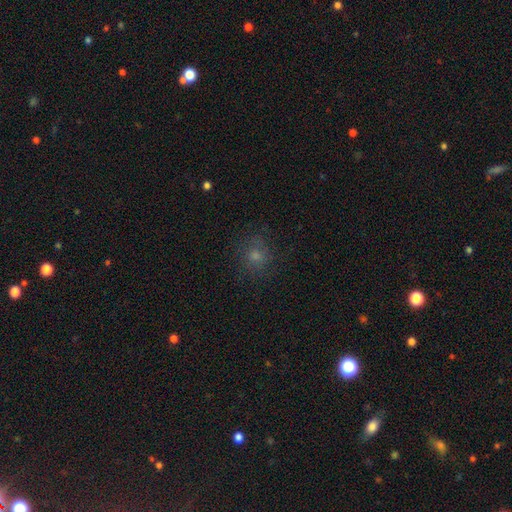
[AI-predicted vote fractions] This is possibly a smooth galaxy (55%). How rounded: clearly round (87%). Merging: clearly none (82%).